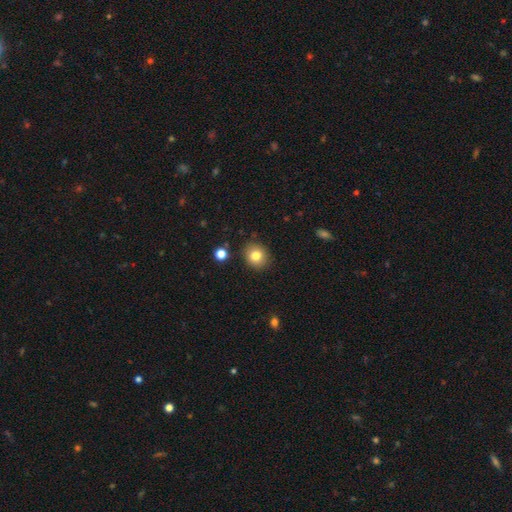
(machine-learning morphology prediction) A smooth galaxy with no disk features (81%) that is round (77%). Merging: none (88%).